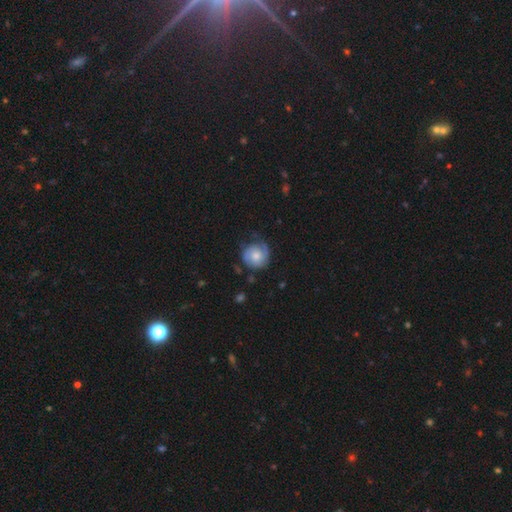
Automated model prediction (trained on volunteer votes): This appears to be a featured or disk galaxy (54%) with no bar (78%), spiral arms (87%) and a moderate central bulge (53%). Merging: none (63%).